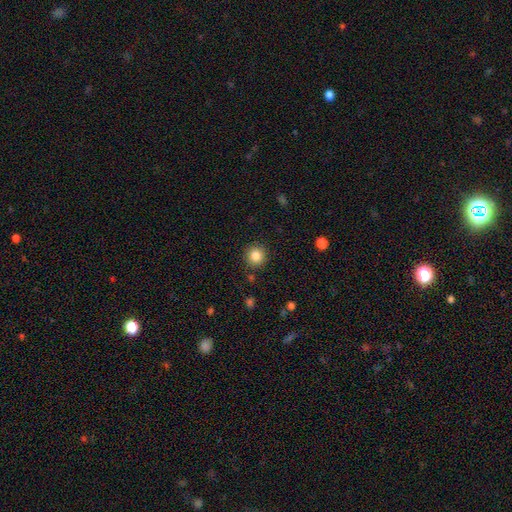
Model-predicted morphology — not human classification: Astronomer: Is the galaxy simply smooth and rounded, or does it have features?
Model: smooth — 84%.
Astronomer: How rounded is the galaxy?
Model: round — 93%.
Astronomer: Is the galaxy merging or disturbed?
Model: none — 89%.